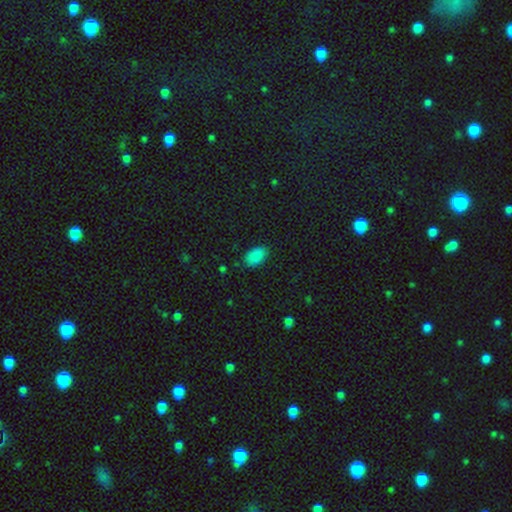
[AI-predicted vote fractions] Smooth or featured? smooth (86%)
How rounded? in between (91%)
Merging? none (83%)